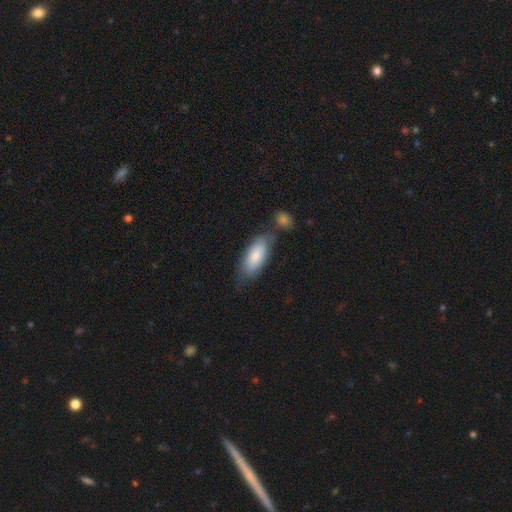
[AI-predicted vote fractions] A smooth galaxy with no disk features (81%) that is in between round and cigar-shaped (82%).

Vote fractions:
- Smooth or featured? smooth: 81% / featured or disk: 13% / star or artifact: 5%
- How rounded? in between: 82% / cigar-shaped: 16% / round: 2%
- Merging? none: 58% / minor disturbance: 22% / merger: 14% / major disturbance: 7%